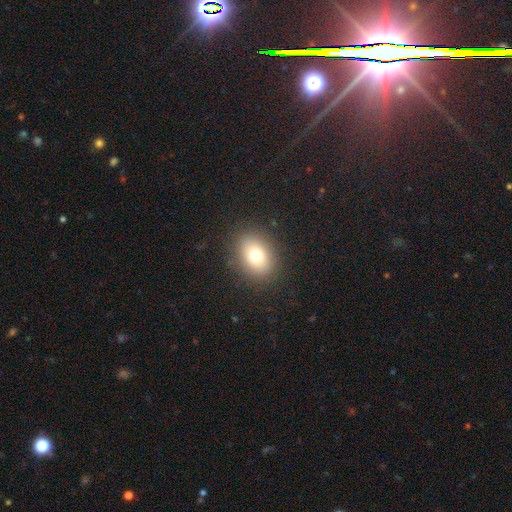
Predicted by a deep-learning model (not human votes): This appears to be a smooth galaxy with no disk features (74%) that is in between round and cigar-shaped (60%). Merging: none (86%).